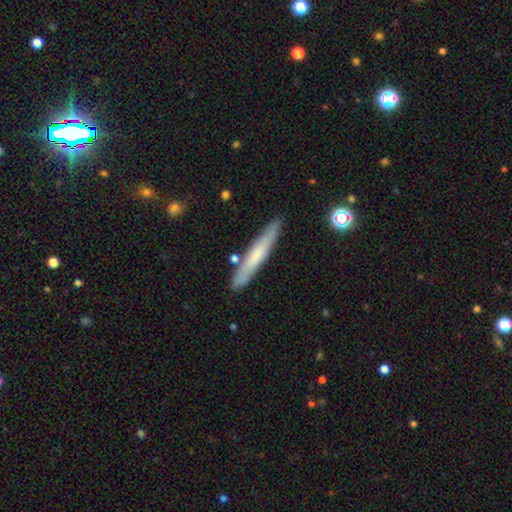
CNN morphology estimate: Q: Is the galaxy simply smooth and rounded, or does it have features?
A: smooth — 57%.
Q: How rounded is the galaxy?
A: cigar-shaped — 94%.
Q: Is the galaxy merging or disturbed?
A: none — 84%.